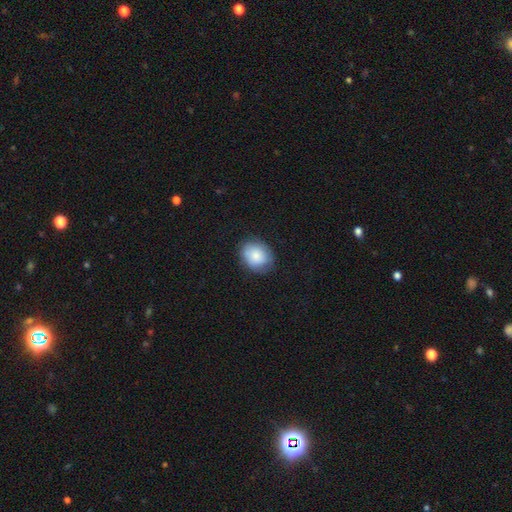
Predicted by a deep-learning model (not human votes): The model was most divided on "how rounded": in between: 53%, round: 46%, cigar-shaped: 1%. More confident: smooth or featured — smooth (82%); merging — none (79%).